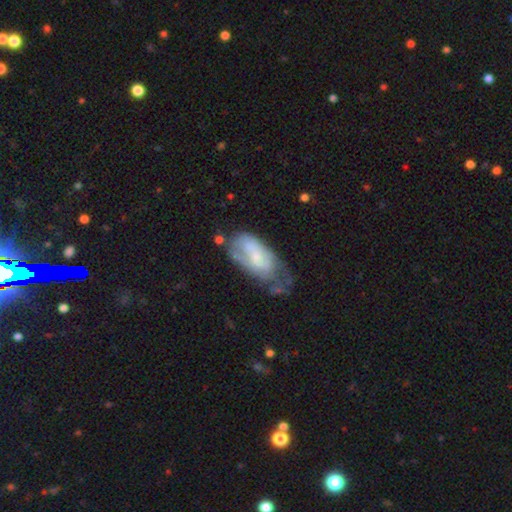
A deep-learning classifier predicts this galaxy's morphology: Smooth or featured? Predicted: featured or disk (p=0.55). Edge-on disk? Predicted: no (p=0.93). Bar? Predicted: no (p=0.60). Spiral arms? Predicted: yes (p=0.60). Bulge size? Predicted: small (p=0.57). Merging? Predicted: major disturbance (p=0.32).